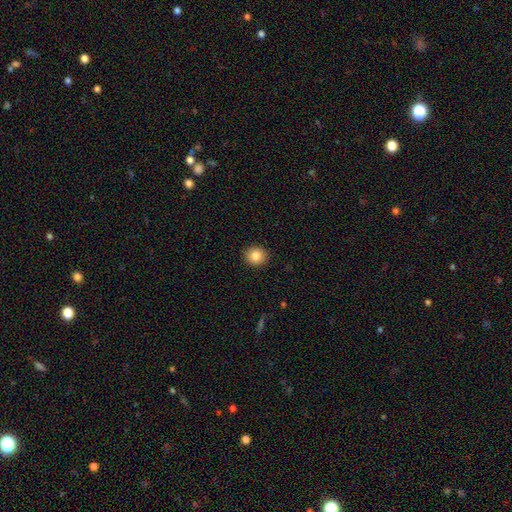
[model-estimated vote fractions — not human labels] smooth-or-featured: smooth: 84% | star or artifact: 10% | featured or disk: 6%
  how-rounded: round: 78% | in between: 21% | cigar-shaped: 1%
  merging: none: 91% | minor disturbance: 6% | major disturbance: 2% | merger: 1%